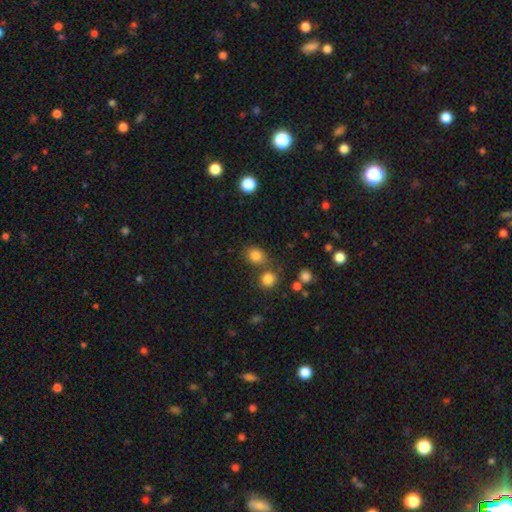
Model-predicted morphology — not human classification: Smooth or featured?
  - smooth: 81% *
  - star or artifact: 13%
  - featured or disk: 6%
How rounded?
  - round: 66% *
  - in between: 33%
  - cigar-shaped: 1%
Merging?
  - none: 67% *
  - merger: 17%
  - minor disturbance: 12%
  - major disturbance: 4%